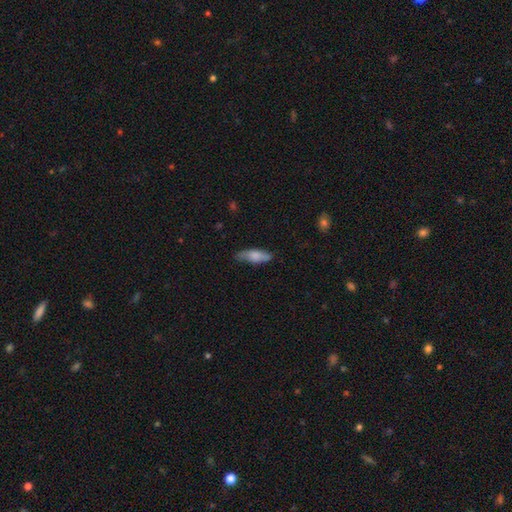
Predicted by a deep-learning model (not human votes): This is likely a smooth galaxy (73%). How rounded: possibly in between (56%). Merging: likely none (71%).